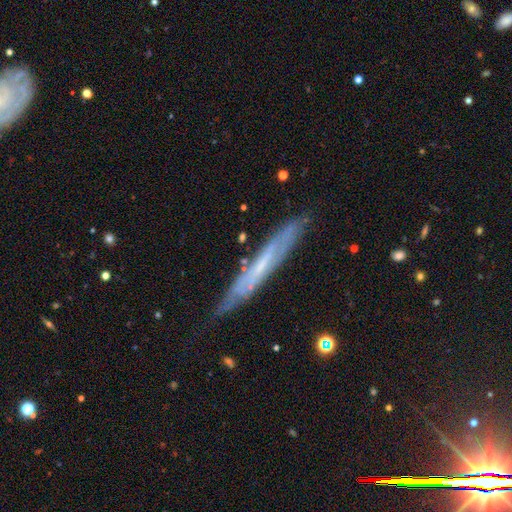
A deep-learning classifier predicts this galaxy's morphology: Smooth or featured? featured or disk (64%)
Edge-on disk? yes (74%)
Merging? none (76%)